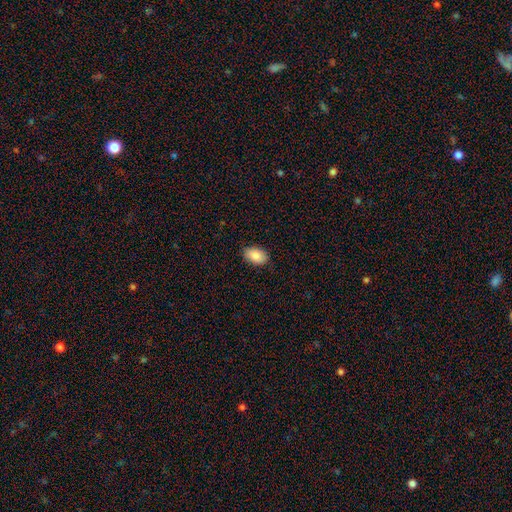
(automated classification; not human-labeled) Morphology: type=smooth (88%); roundness=in between (91%); merging=none (86%).